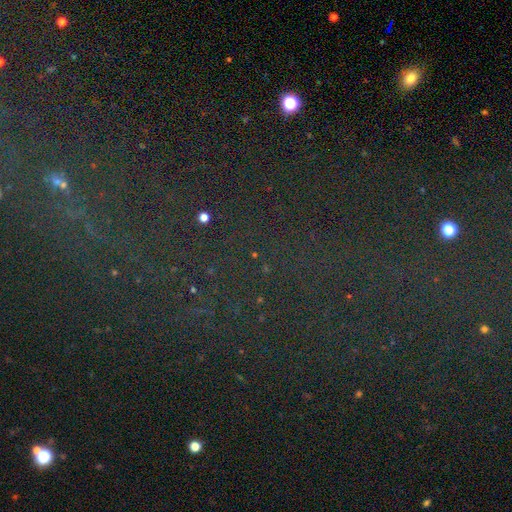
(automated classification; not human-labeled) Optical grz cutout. It shows a star or artifact, not a galaxy (78%).